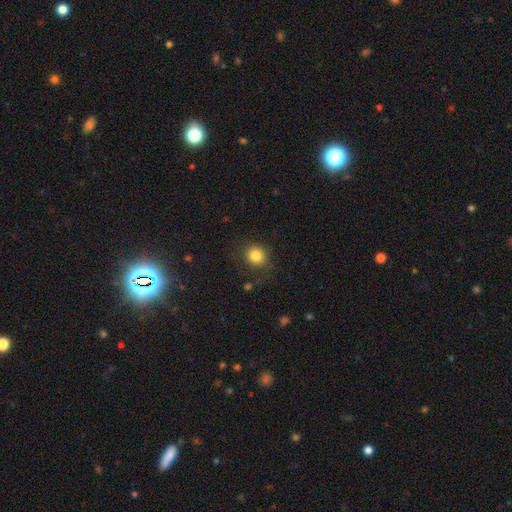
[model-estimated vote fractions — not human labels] The model was most divided on "merging": none: 82%, minor disturbance: 12%, major disturbance: 5%, merger: 2%. More confident: how rounded — round (87%); smooth or featured — smooth (83%).